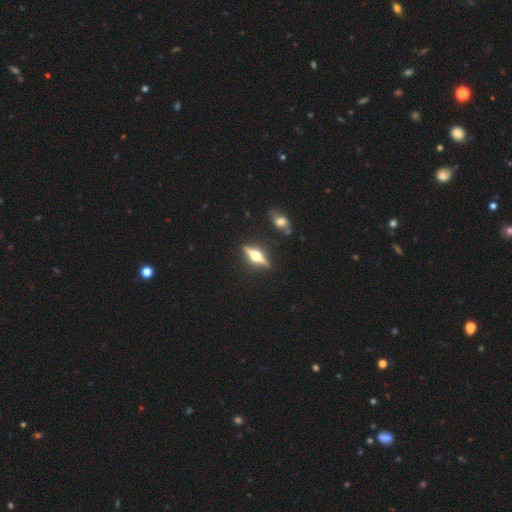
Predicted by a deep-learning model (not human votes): A featured or disk galaxy (75%) viewed edge-on (96%) with a rounded central bulge (96%).

Vote fractions:
- Smooth or featured? featured or disk: 75% / smooth: 18% / star or artifact: 6%
- Edge-on disk? yes: 96% / no: 4%
- Edge-on bulge? rounded: 96% / boxy: 2% / none: 1%
- Merging? none: 87% / minor disturbance: 8% / merger: 3% / major disturbance: 2%